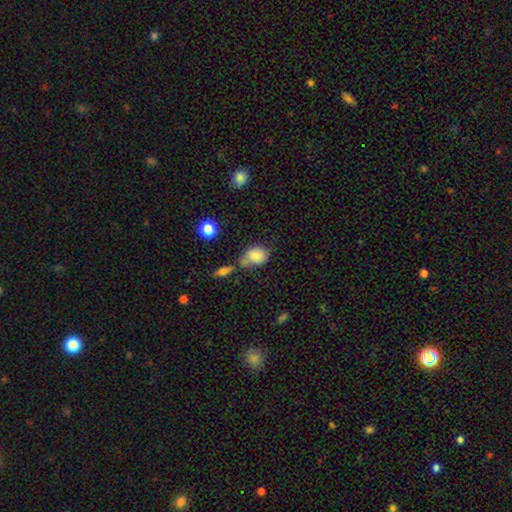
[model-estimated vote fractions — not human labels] Morphology: type=smooth (79%); roundness=in between (68%); merging=none (40%).